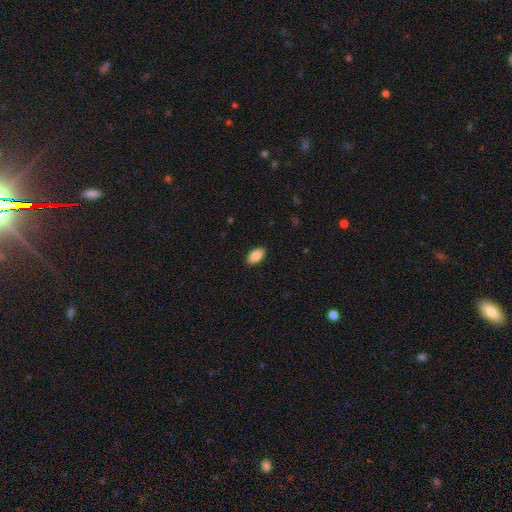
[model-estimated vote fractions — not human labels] Overall: smooth (86%). How rounded: in between (93%). Merging: none (89%).